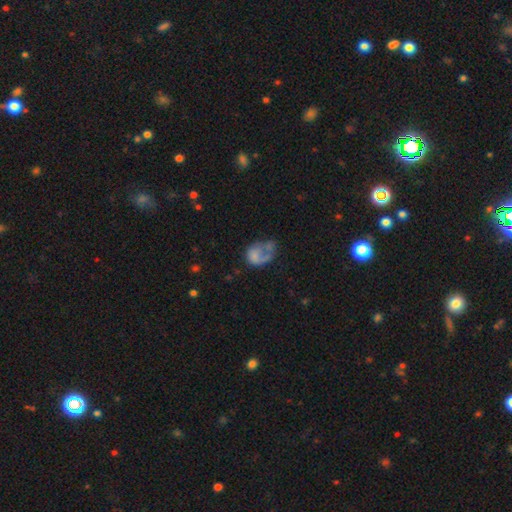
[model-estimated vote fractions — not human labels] smooth-or-featured: smooth: 50% | featured or disk: 40% | star or artifact: 10%
  how-rounded: in between: 61% | round: 38% | cigar-shaped: 1%
  merging: major disturbance: 44% | none: 24% | minor disturbance: 19% | merger: 13%